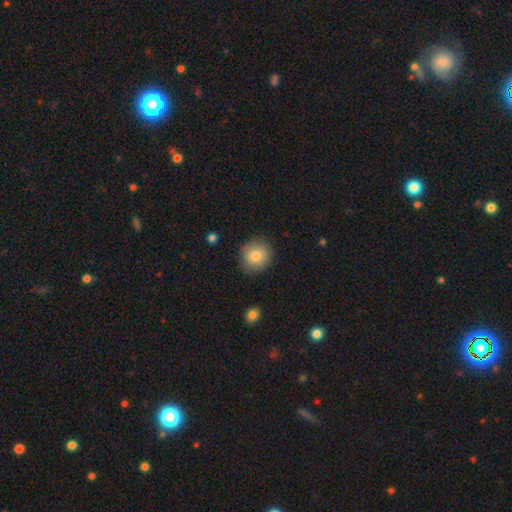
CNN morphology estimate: A smooth galaxy with no disk features (83%) that is round (89%).

Vote fractions:
- Smooth or featured? smooth: 83% / featured or disk: 9% / star or artifact: 8%
- How rounded? round: 89% / in between: 10% / cigar-shaped: 1%
- Merging? none: 85% / minor disturbance: 11% / major disturbance: 3% / merger: 1%